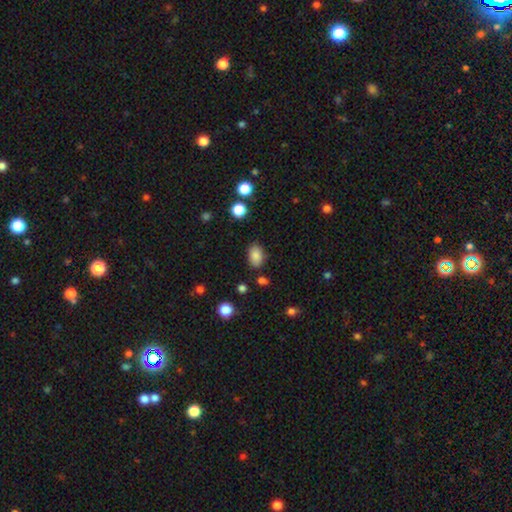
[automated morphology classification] This is clearly a smooth galaxy (86%). How rounded: clearly in between (88%). Merging: clearly none (82%).